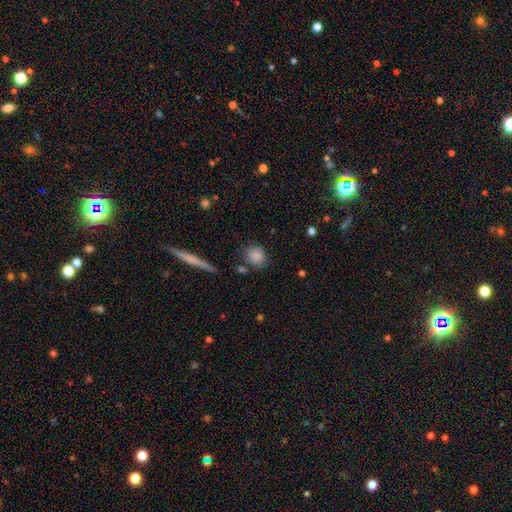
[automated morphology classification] smooth-or-featured: smooth: 84% | star or artifact: 8% | featured or disk: 8%
  how-rounded: round: 78% | in between: 19% | cigar-shaped: 3%
  merging: none: 75% | minor disturbance: 15% | merger: 6% | major disturbance: 5%